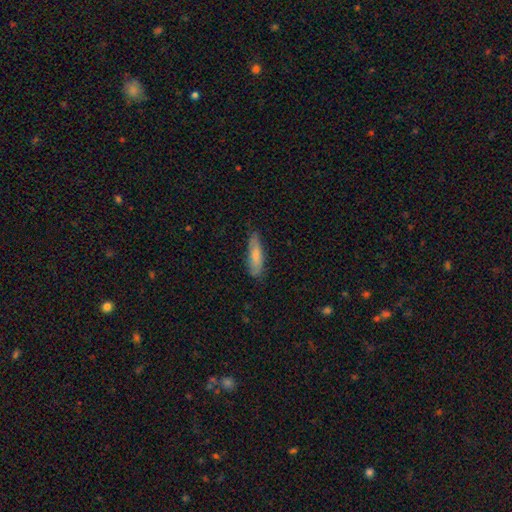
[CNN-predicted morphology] Smooth or featured? Predicted: smooth (p=0.74). How rounded? Predicted: cigar-shaped (p=0.66). Merging? Predicted: none (p=0.78).